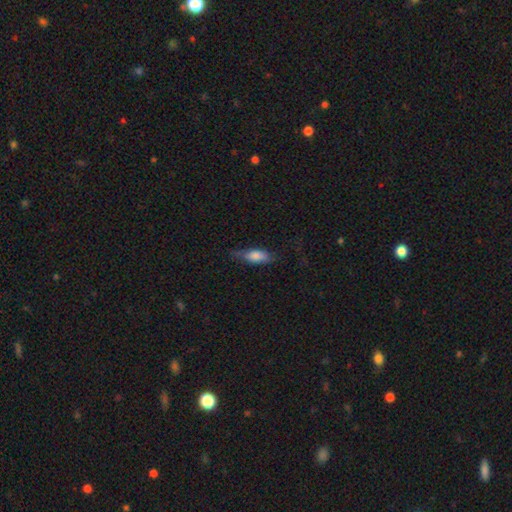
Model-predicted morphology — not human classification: Q: Smooth or featured?
A: smooth (72%); runner-up: featured or disk (21%)
Q: How rounded?
A: in between (69%); runner-up: cigar-shaped (28%)
Q: Merging?
A: none (58%); runner-up: minor disturbance (29%)